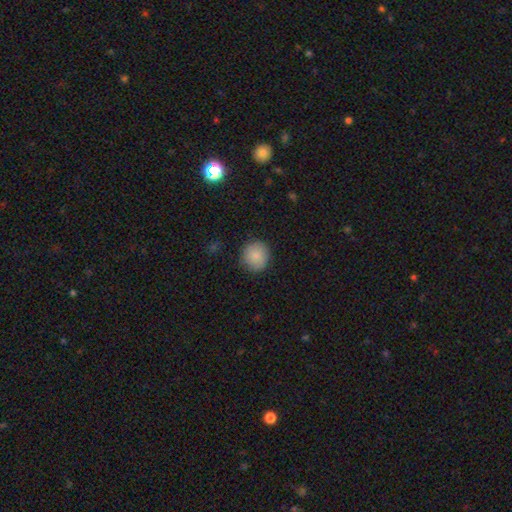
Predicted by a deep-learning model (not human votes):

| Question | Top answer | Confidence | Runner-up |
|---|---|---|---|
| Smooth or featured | smooth | 86% | star or artifact (8%) |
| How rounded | round | 90% | in between (9%) |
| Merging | none | 87% | minor disturbance (10%) |